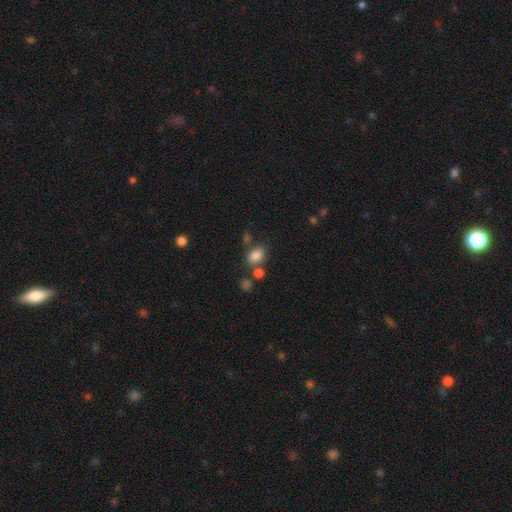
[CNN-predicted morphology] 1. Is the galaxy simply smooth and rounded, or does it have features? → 82% smooth, 11% star or artifact, 6% featured or disk.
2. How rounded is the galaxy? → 67% in between, 32% round, 1% cigar-shaped.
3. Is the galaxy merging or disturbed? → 65% none, 16% merger, 14% minor disturbance, 5% major disturbance.